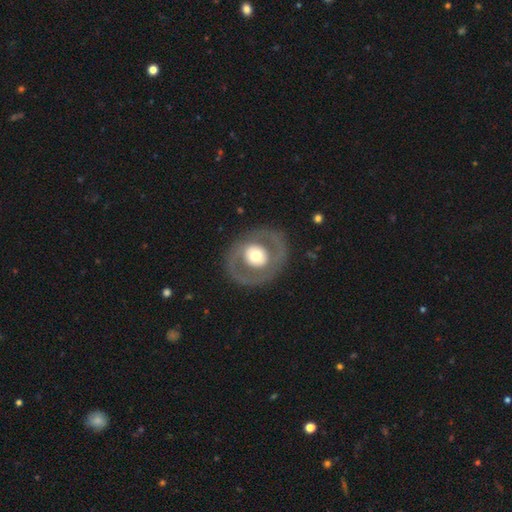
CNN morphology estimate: This is likely a featured or disk galaxy (61%). It is clearly not viewed edge-on (95%). Bar: likely no (76%). Spiral arm pattern: likely no (75%). Central bulge: possibly moderate (55%). Merging: clearly none (80%).